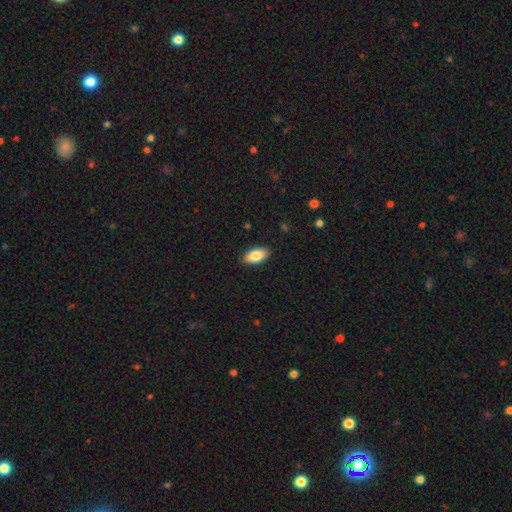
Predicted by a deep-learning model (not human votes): smooth_or_featured: smooth (p=0.82) [alt: featured or disk p=0.12]
how_rounded: in between (p=0.92) [alt: cigar-shaped p=0.05]
merging: none (p=0.89) [alt: minor disturbance p=0.08]